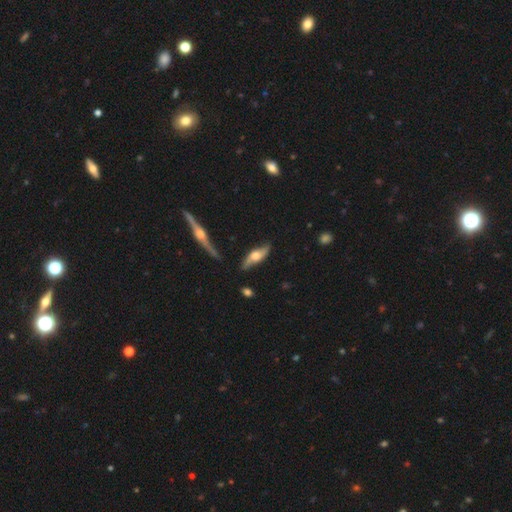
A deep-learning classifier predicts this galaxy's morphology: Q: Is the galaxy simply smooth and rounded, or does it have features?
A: featured or disk — 70%.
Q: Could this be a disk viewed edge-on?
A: yes — 54%.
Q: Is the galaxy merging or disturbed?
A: none — 72%.